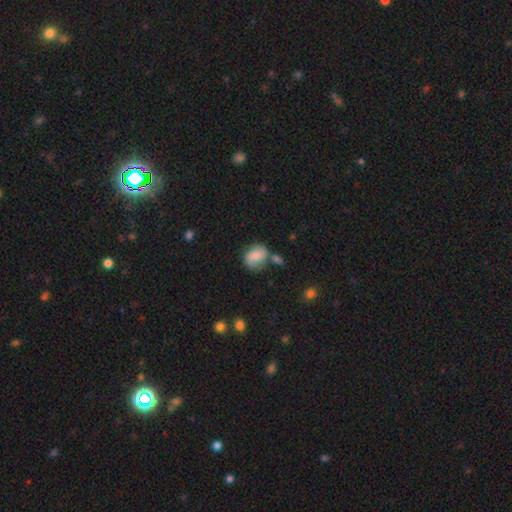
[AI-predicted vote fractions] Smooth or featured?
  - smooth: 68% *
  - featured or disk: 24%
  - star or artifact: 8%
How rounded?
  - in between: 51% *
  - round: 48%
  - cigar-shaped: 1%
Merging?
  - none: 57% *
  - minor disturbance: 21%
  - merger: 16%
  - major disturbance: 7%